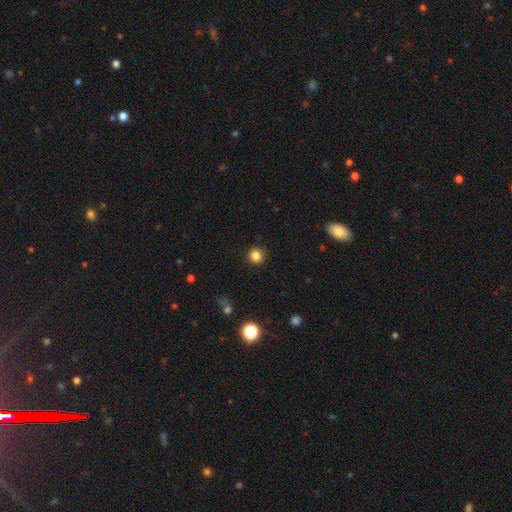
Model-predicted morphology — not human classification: smooth 84%, star or artifact 12%, featured or disk 4%. Down the decision tree: how rounded — round (91%); merging — none (90%).